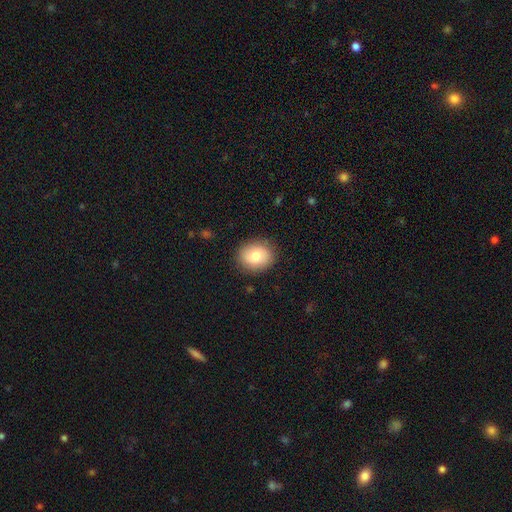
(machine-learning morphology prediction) smooth 78%, featured or disk 14%, star or artifact 8%. Down the decision tree: how rounded — round (53%); merging — none (86%).